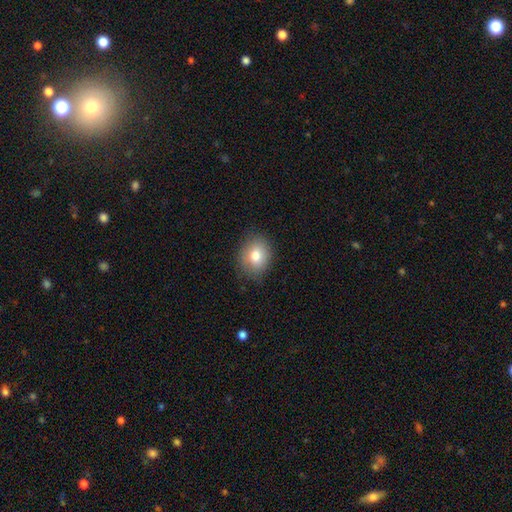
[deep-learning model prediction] A smooth galaxy with no disk features (79%) that is round (51%). Merging: none (82%).